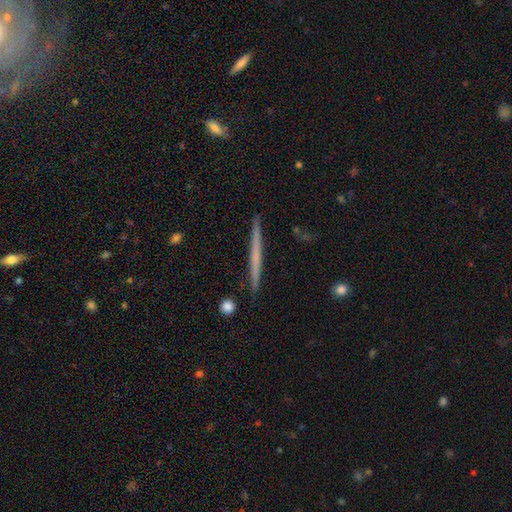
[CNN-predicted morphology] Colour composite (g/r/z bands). It shows a featured or disk galaxy (54%) viewed edge-on (98%) with no central bulge (86%). Merging: none (92%).